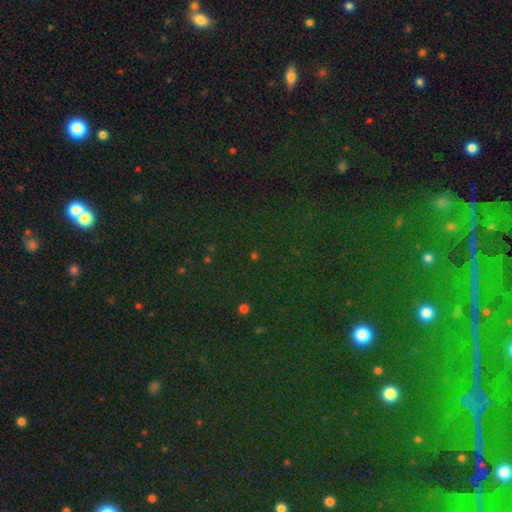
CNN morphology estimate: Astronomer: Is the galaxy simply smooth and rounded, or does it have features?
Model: star or artifact — 78%.